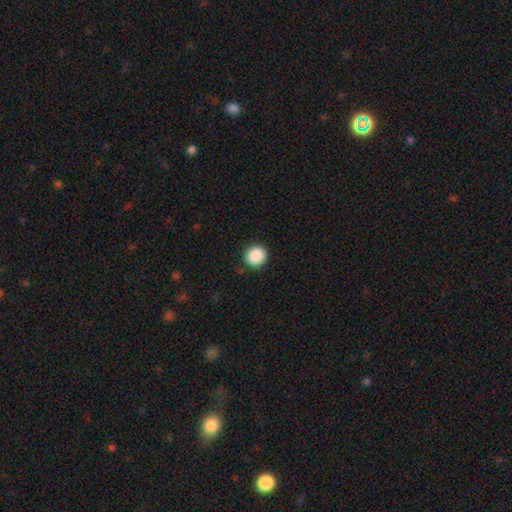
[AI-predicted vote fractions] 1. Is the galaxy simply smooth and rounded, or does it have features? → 89% smooth, 9% star or artifact, 3% featured or disk.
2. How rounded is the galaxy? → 93% round, 6% in between, 1% cigar-shaped.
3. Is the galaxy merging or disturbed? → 91% none, 6% minor disturbance, 2% major disturbance, 1% merger.